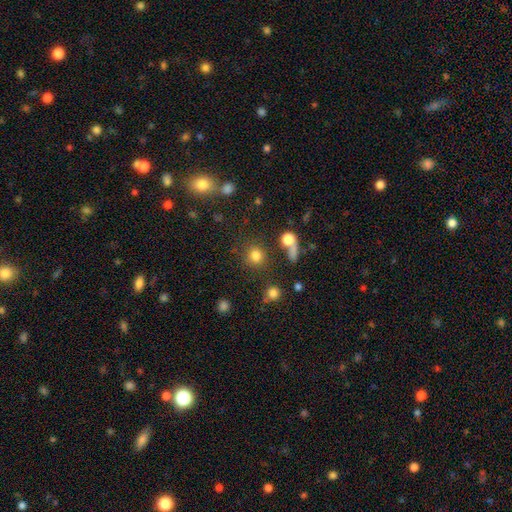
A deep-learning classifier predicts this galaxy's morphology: Overall: smooth (79%). How rounded: round (89%). Merging: none (78%).